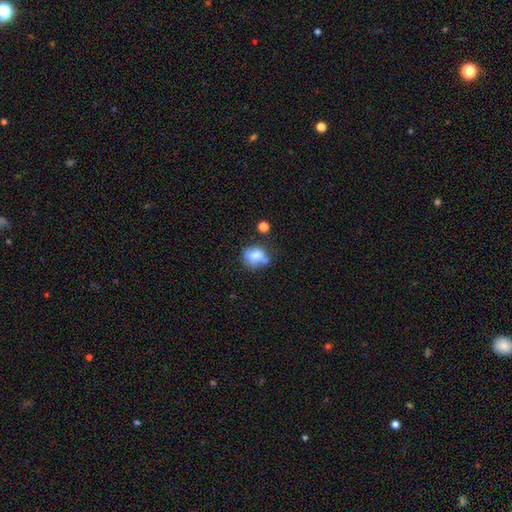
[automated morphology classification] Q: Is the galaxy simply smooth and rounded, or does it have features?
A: smooth — 73%.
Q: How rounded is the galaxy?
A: round — 62%.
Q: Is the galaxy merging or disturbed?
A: none — 45%.